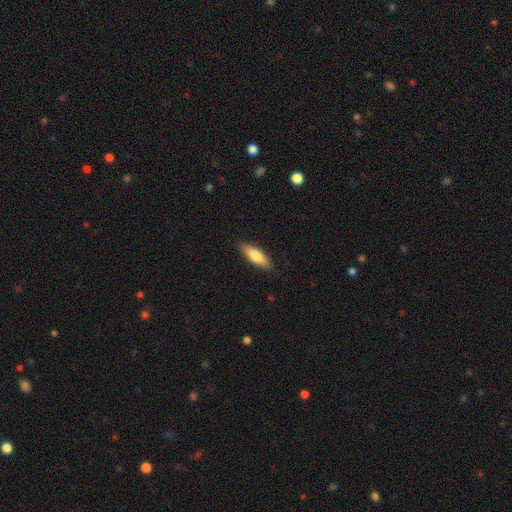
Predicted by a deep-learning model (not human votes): Smooth or featured?
  - smooth: 73% *
  - featured or disk: 22%
  - star or artifact: 5%
How rounded?
  - cigar-shaped: 52% *
  - in between: 46%
  - round: 2%
Merging?
  - none: 88% *
  - minor disturbance: 9%
  - major disturbance: 2%
  - merger: 1%